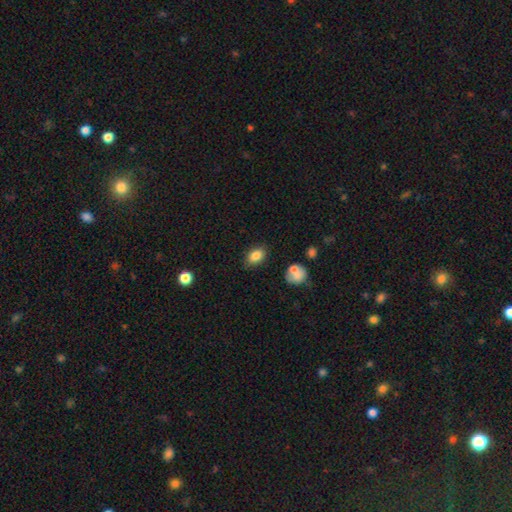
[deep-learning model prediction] This appears to be a smooth galaxy with no disk features (84%) that is in between round and cigar-shaped (79%). Merging: none (82%).